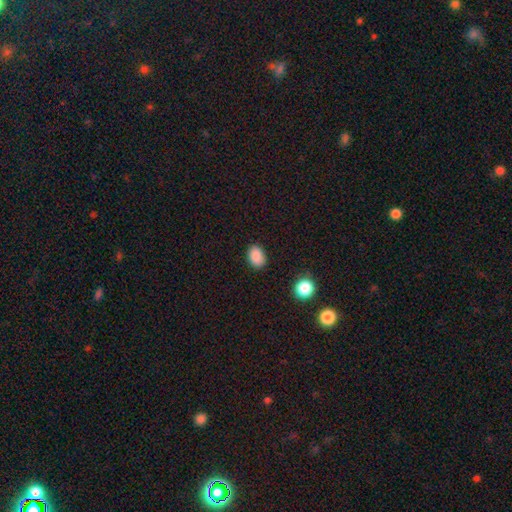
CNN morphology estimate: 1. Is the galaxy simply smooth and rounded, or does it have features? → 87% smooth, 9% star or artifact, 4% featured or disk.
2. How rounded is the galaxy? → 81% in between, 18% round, 1% cigar-shaped.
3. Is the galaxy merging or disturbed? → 85% none, 11% minor disturbance, 2% major disturbance, 2% merger.